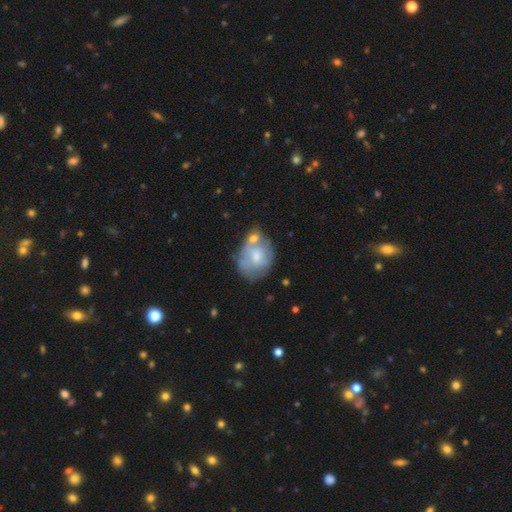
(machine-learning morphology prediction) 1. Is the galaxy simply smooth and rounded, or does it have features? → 50% smooth, 43% featured or disk, 7% star or artifact.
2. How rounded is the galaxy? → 50% round, 49% in between, 1% cigar-shaped.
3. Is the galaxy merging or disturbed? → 36% merger, 34% none, 20% minor disturbance, 10% major disturbance.